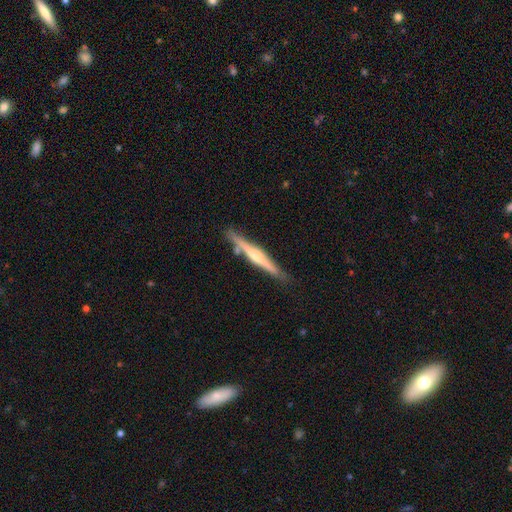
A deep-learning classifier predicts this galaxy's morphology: The model was most divided on "smooth or featured": featured or disk: 68%, smooth: 26%, star or artifact: 5%. More confident: edge-on disk — yes (97%); merging — none (84%); edge-on bulge — rounded (77%).